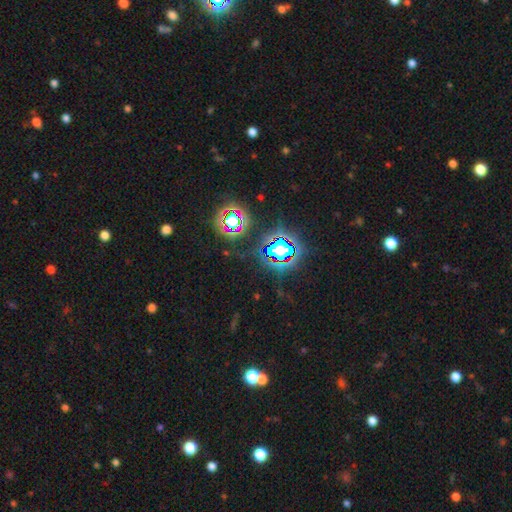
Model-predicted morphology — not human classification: Smooth or featured: star or artifact — 79% (smooth — 14%)